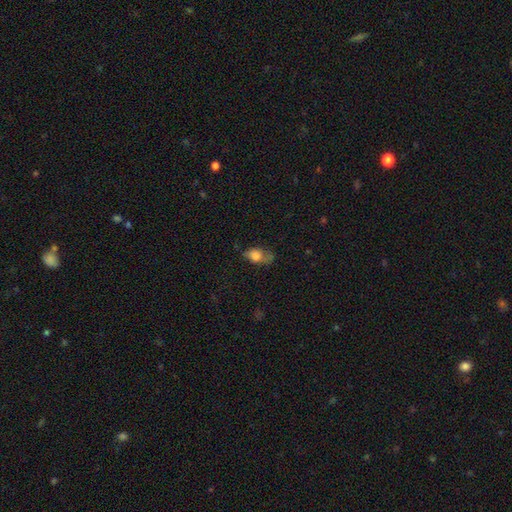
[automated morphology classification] Smooth or featured? Predicted: smooth (p=0.74). How rounded? Predicted: in between (p=0.73). Merging? Predicted: none (p=0.42).